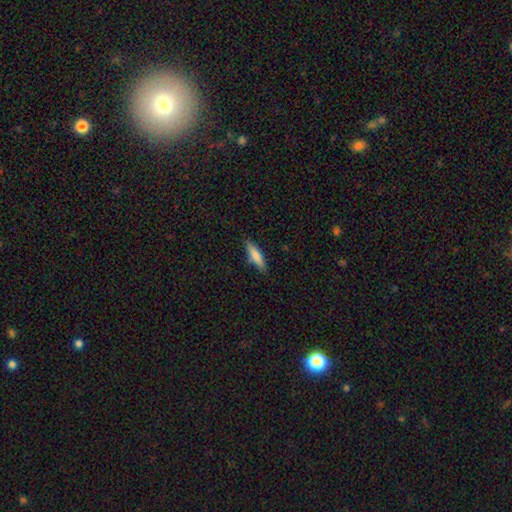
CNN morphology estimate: Overall: smooth (74%). How rounded: cigar-shaped (72%). Merging: none (85%).